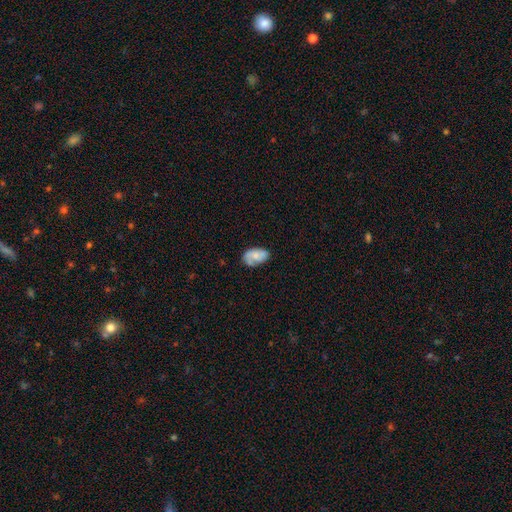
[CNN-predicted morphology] type=smooth (51%); roundness=in between (89%); merging=none (58%).